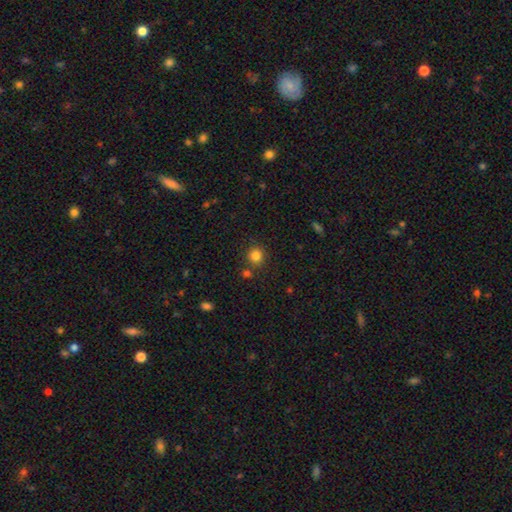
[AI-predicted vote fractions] A smooth galaxy with no disk features (82%) that is round (89%). Merging: none (78%).